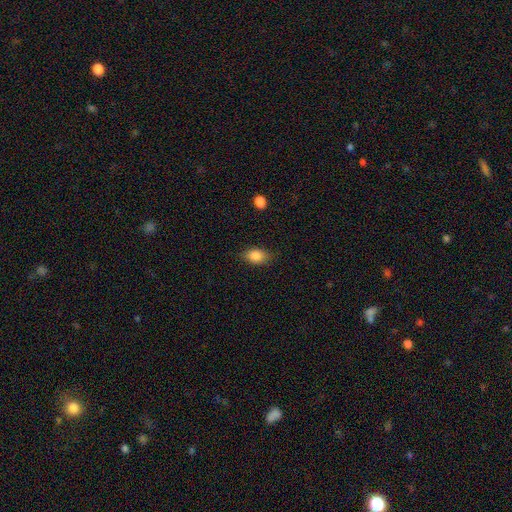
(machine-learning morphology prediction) smooth 84%, star or artifact 8%, featured or disk 7%. Down the decision tree: how rounded — in between (81%); merging — none (79%).